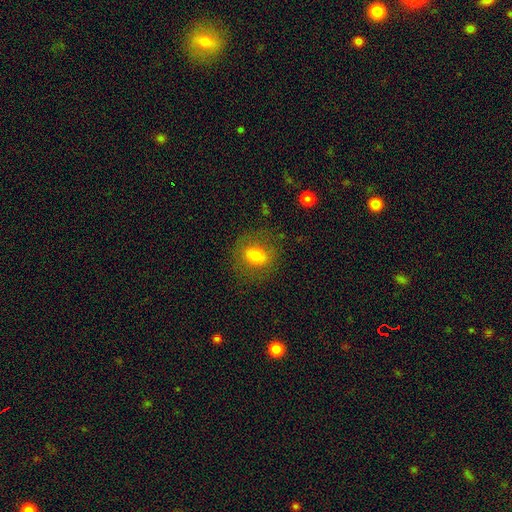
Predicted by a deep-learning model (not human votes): Smooth or featured: smooth — 67% (featured or disk — 22%)
How rounded: round — 54% (in between — 44%)
Merging: none — 77% (minor disturbance — 14%)